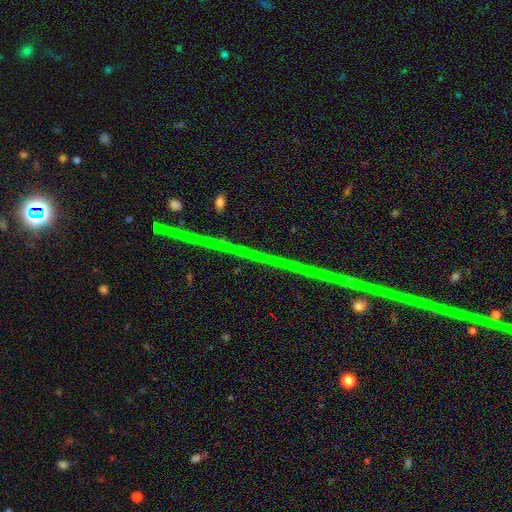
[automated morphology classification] The model was most divided on "smooth or featured": star or artifact: 76%, featured or disk: 16%, smooth: 9%.